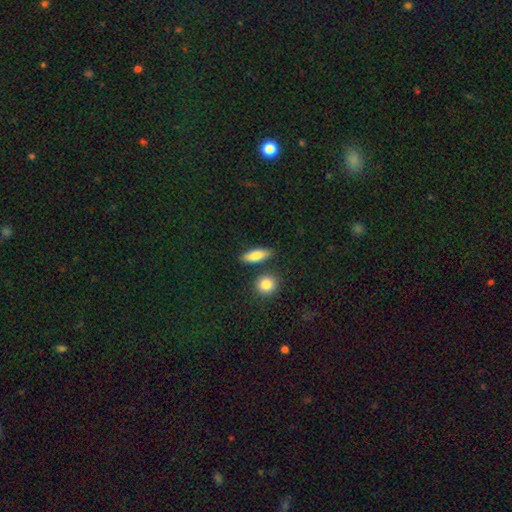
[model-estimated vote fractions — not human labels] This is clearly a smooth galaxy (82%). How rounded: likely in between (63%). Merging: clearly none (81%).